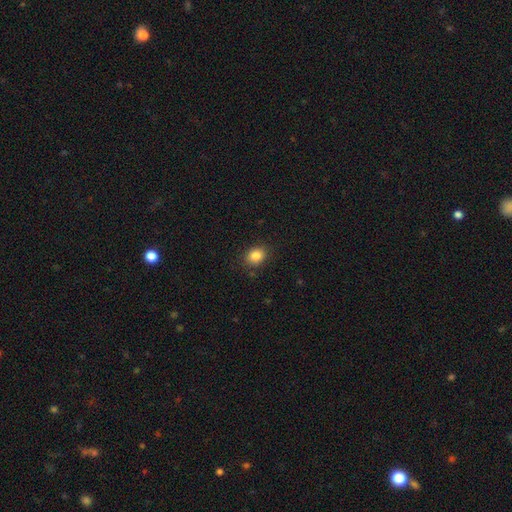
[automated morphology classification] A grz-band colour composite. It shows a smooth galaxy with no disk features (85%) that is round (52%). Merging: none (85%).